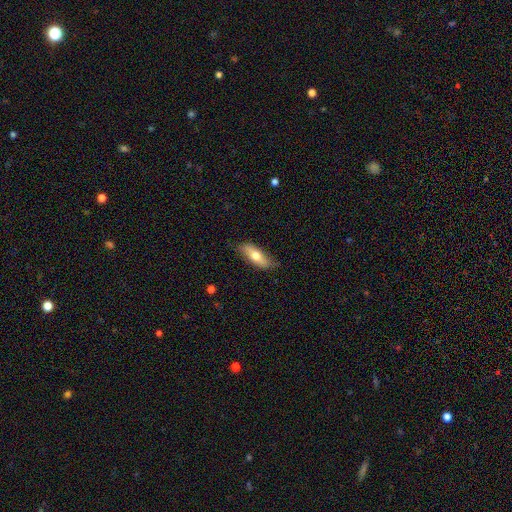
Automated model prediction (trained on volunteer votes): Smooth or featured?
  - smooth: 62% *
  - featured or disk: 32%
  - star or artifact: 6%
How rounded?
  - in between: 63% *
  - cigar-shaped: 34%
  - round: 3%
Merging?
  - none: 75% *
  - minor disturbance: 20%
  - major disturbance: 4%
  - merger: 1%